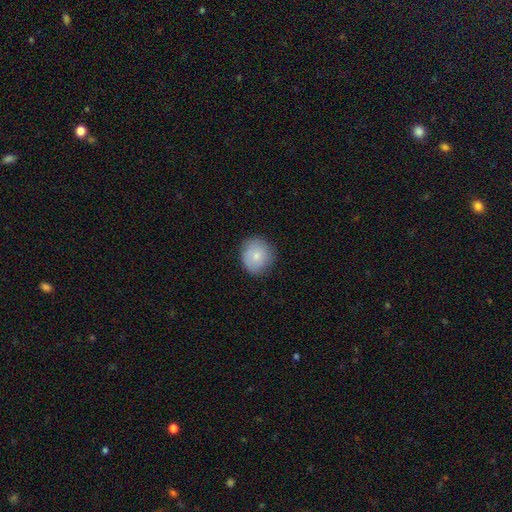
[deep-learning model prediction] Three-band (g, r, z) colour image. It shows a smooth galaxy with no disk features (81%) that is round (83%). Merging: none (82%).